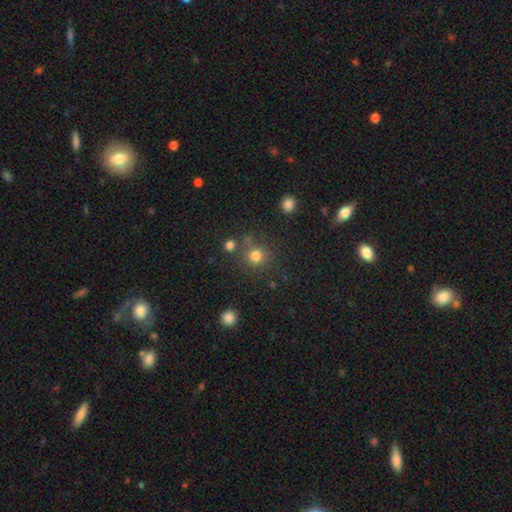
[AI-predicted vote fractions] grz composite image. It shows a smooth galaxy with no disk features (78%) that is round (90%). Merging: none (73%).